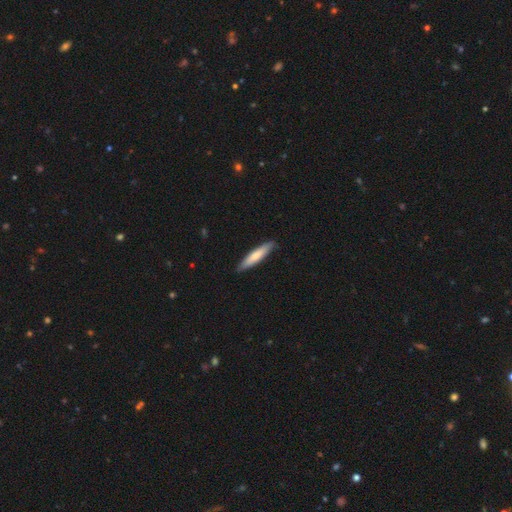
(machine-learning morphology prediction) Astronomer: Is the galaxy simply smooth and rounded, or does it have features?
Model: smooth — 72%.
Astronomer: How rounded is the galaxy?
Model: cigar-shaped — 86%.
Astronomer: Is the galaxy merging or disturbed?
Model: none — 87%.